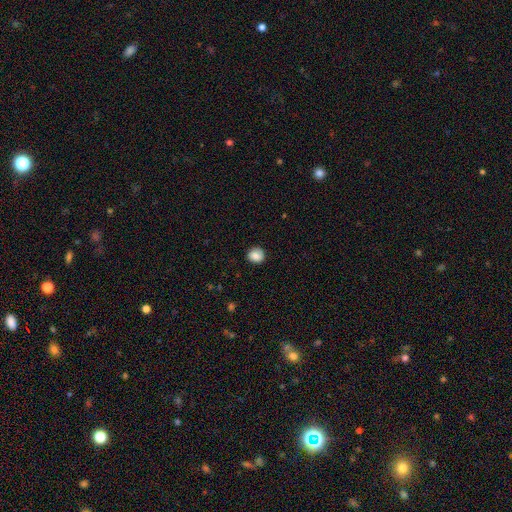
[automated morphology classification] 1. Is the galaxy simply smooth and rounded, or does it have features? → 82% smooth, 9% featured or disk, 9% star or artifact.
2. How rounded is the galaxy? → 78% round, 21% in between, 1% cigar-shaped.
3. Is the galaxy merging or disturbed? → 81% none, 14% minor disturbance, 4% major disturbance, 1% merger.